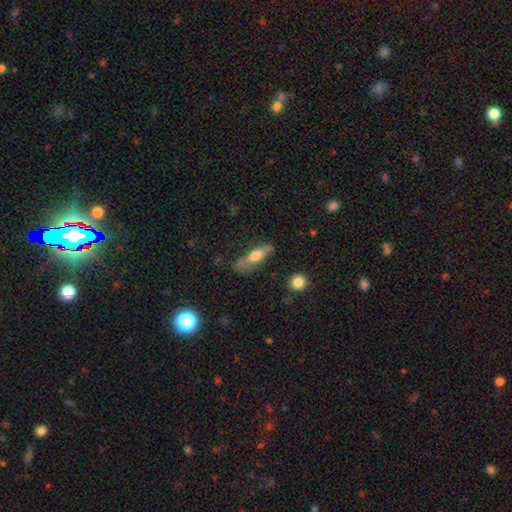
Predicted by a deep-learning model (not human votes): Smooth or featured? smooth (58%)
How rounded? cigar-shaped (55%)
Merging? none (63%)